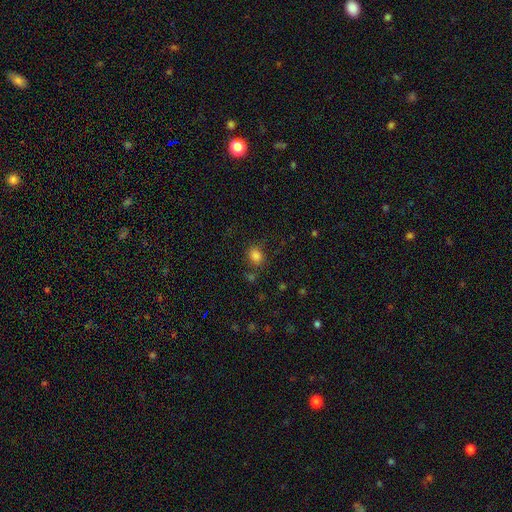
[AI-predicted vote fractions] Smooth or featured? Predicted: smooth (p=0.82). How rounded? Predicted: round (p=0.53). Merging? Predicted: none (p=0.74).